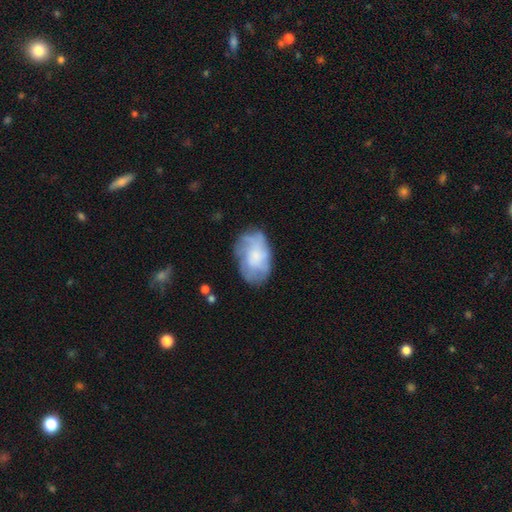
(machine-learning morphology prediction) Smooth or featured?
  - smooth: 50% *
  - featured or disk: 42%
  - star or artifact: 8%
How rounded?
  - in between: 88% *
  - round: 11%
  - cigar-shaped: 1%
Merging?
  - none: 59% *
  - minor disturbance: 26%
  - major disturbance: 12%
  - merger: 2%